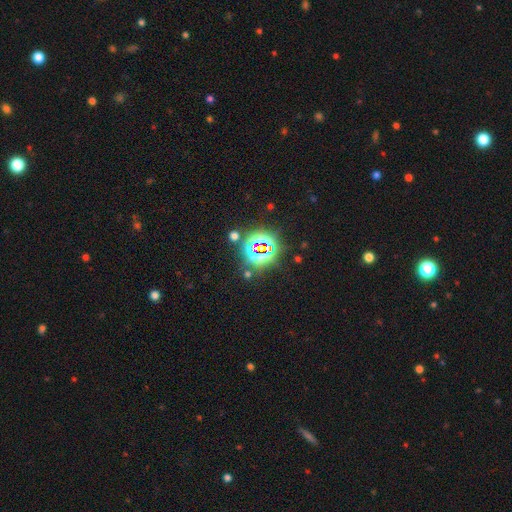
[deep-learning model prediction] The model was most divided on "smooth or featured": star or artifact: 76%, smooth: 15%, featured or disk: 9%.